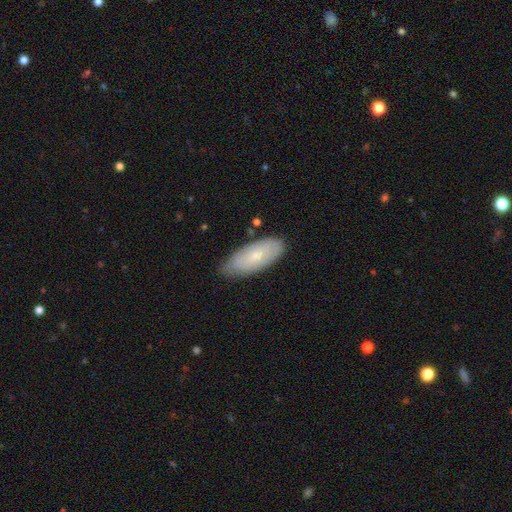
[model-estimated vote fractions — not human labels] Morphology: type=smooth (67%); roundness=in between (83%); merging=none (76%).